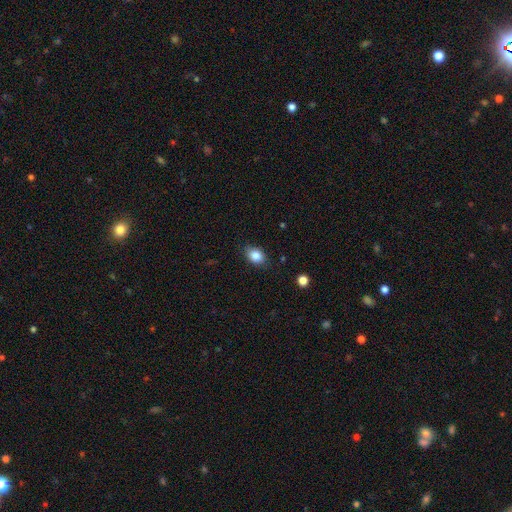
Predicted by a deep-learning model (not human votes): This is clearly a smooth galaxy (85%). How rounded: likely in between (73%). Merging: clearly none (83%).